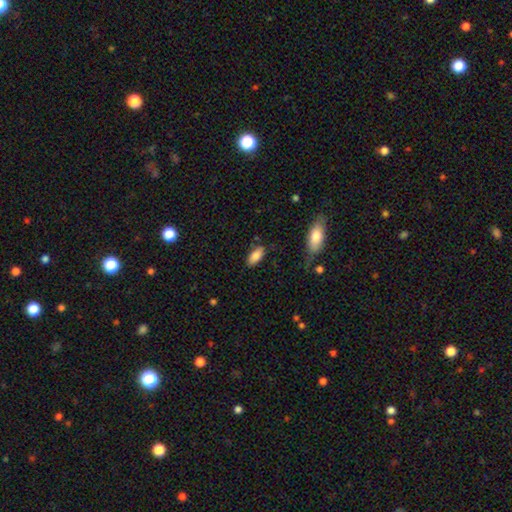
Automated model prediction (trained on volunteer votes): smooth-or-featured: smooth: 83% | featured or disk: 10% | star or artifact: 7%
  how-rounded: in between: 87% | cigar-shaped: 11% | round: 2%
  merging: none: 80% | minor disturbance: 14% | major disturbance: 3% | merger: 3%